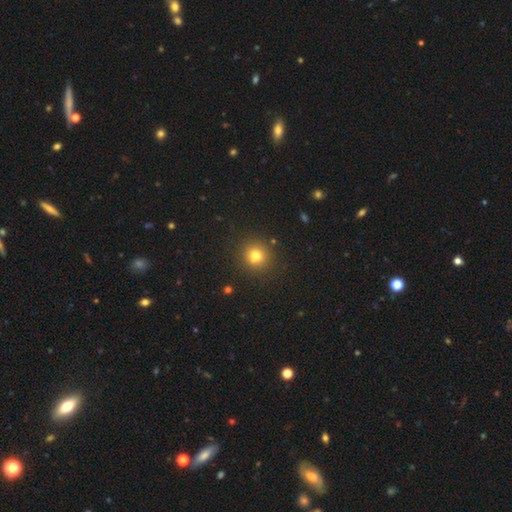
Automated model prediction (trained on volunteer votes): smooth_or_featured: smooth (p=0.73) [alt: star or artifact p=0.17]
how_rounded: round (p=0.90) [alt: in between p=0.09]
merging: none (p=0.79) [alt: merger p=0.10]